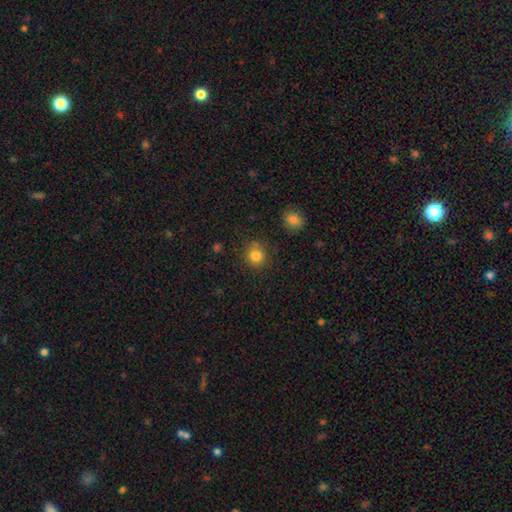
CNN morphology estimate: smooth-or-featured: smooth: 83% | star or artifact: 11% | featured or disk: 5%
  how-rounded: round: 88% | in between: 11% | cigar-shaped: 1%
  merging: none: 83% | minor disturbance: 11% | major disturbance: 3% | merger: 3%